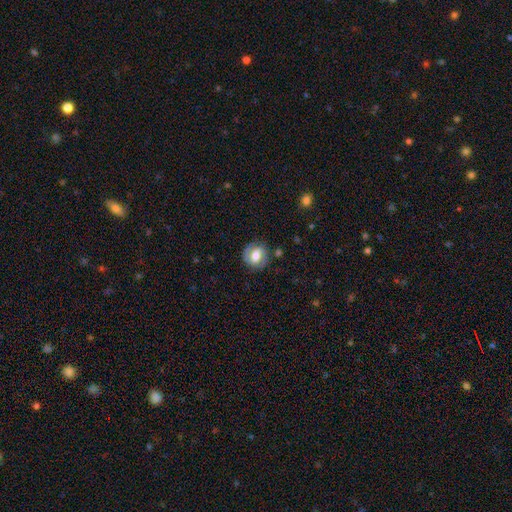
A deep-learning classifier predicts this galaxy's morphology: type=featured or disk (60%); edge-on=no (97%); bar=weak (44%); spiral arms=yes (82%); bulge=moderate (55%); merging=none (80%).